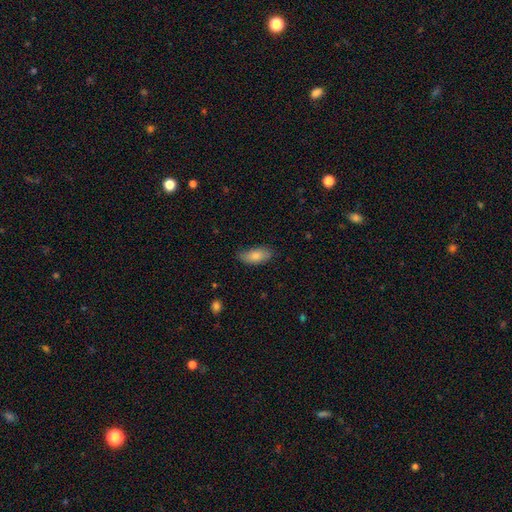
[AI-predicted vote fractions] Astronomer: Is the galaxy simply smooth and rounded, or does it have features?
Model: smooth — 81%.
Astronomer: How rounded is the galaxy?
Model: in between — 89%.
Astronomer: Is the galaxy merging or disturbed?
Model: none — 75%.